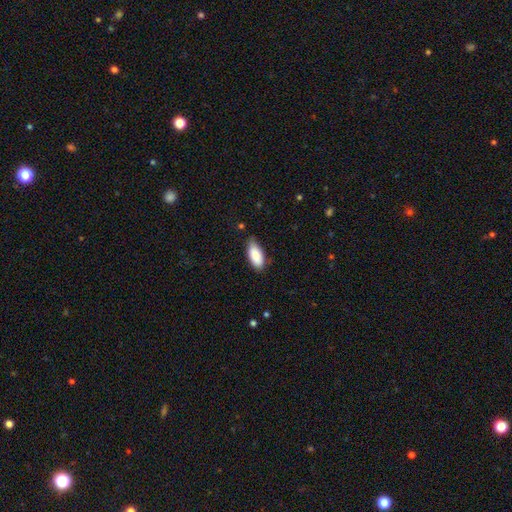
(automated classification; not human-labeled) smooth_or_featured: smooth (p=0.86) [alt: featured or disk p=0.08]
how_rounded: in between (p=0.89) [alt: cigar-shaped p=0.09]
merging: none (p=0.72) [alt: minor disturbance p=0.24]